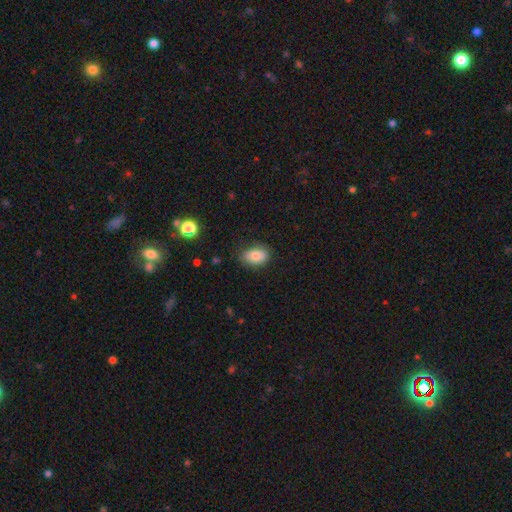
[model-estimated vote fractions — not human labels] smooth_or_featured: smooth (p=0.79) [alt: featured or disk p=0.12]
how_rounded: in between (p=0.86) [alt: round p=0.12]
merging: none (p=0.75) [alt: minor disturbance p=0.20]